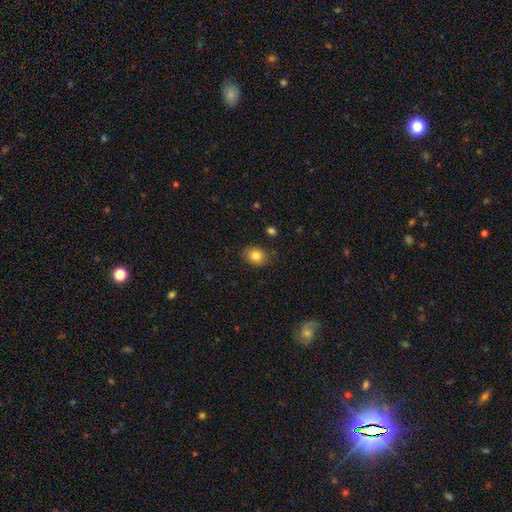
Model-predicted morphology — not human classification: Smooth or featured: smooth — 82% (star or artifact — 9%)
How rounded: in between — 52% (round — 47%)
Merging: none — 83% (minor disturbance — 13%)